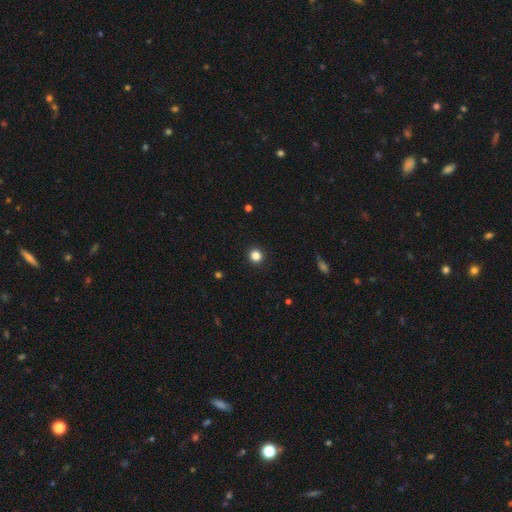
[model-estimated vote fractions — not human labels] Overall: smooth (84%). How rounded: round (93%). Merging: none (93%).